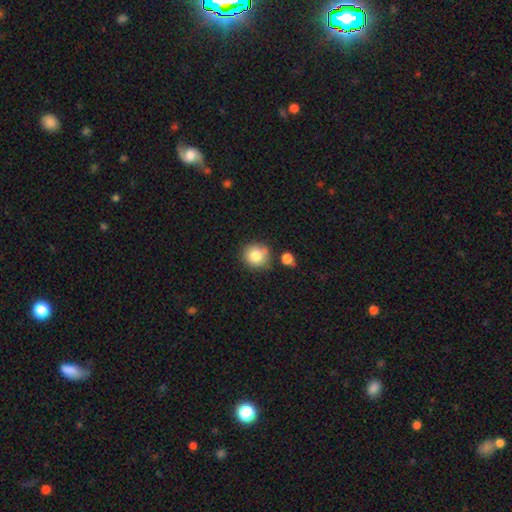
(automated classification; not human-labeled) The model was most divided on "merging": none: 74%, minor disturbance: 15%, merger: 8%, major disturbance: 3%. More confident: how rounded — round (89%); smooth or featured — smooth (83%).